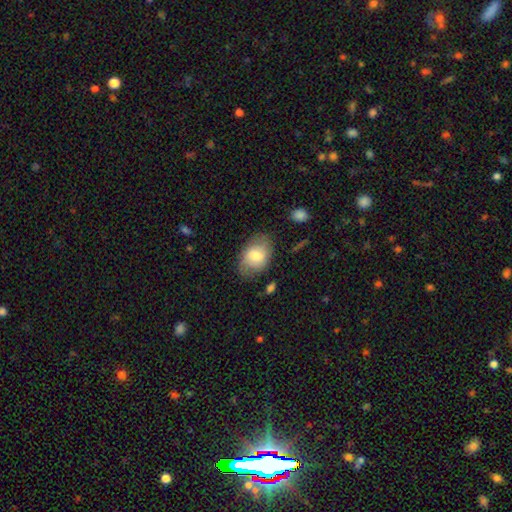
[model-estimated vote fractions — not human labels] Q: Smooth or featured?
A: smooth (75%); runner-up: featured or disk (18%)
Q: How rounded?
A: in between (84%); runner-up: round (15%)
Q: Merging?
A: none (72%); runner-up: minor disturbance (20%)